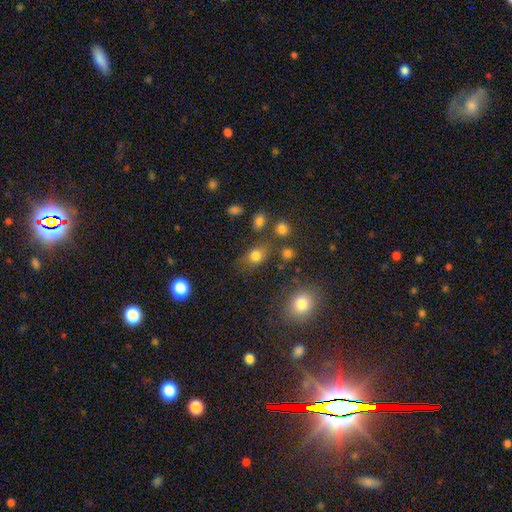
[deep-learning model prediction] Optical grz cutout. It shows a smooth galaxy with no disk features (78%) that is in between round and cigar-shaped (56%). Merging: none (68%).